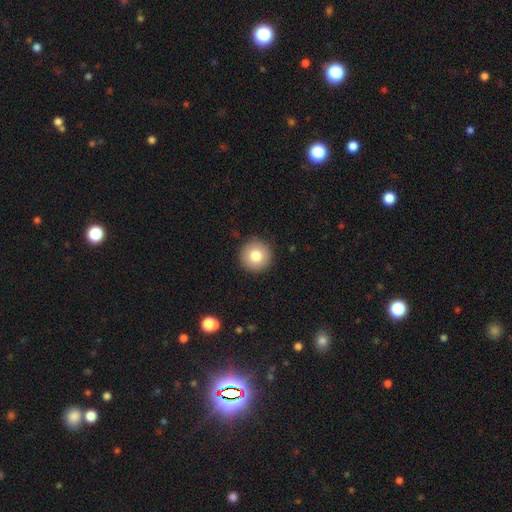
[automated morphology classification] Smooth or featured?
  - smooth: 80% *
  - featured or disk: 11%
  - star or artifact: 9%
How rounded?
  - round: 96% *
  - in between: 3%
  - cigar-shaped: 1%
Merging?
  - none: 92% *
  - minor disturbance: 6%
  - major disturbance: 2%
  - merger: 1%